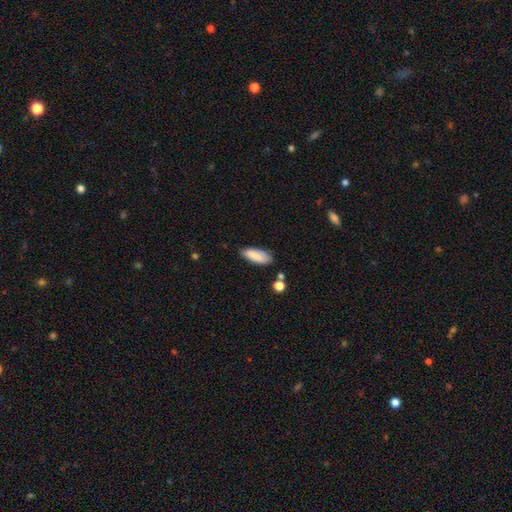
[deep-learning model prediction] smooth-or-featured: smooth: 86% | featured or disk: 8% | star or artifact: 7%
  how-rounded: in between: 74% | cigar-shaped: 24% | round: 2%
  merging: none: 76% | minor disturbance: 18% | merger: 4% | major disturbance: 3%